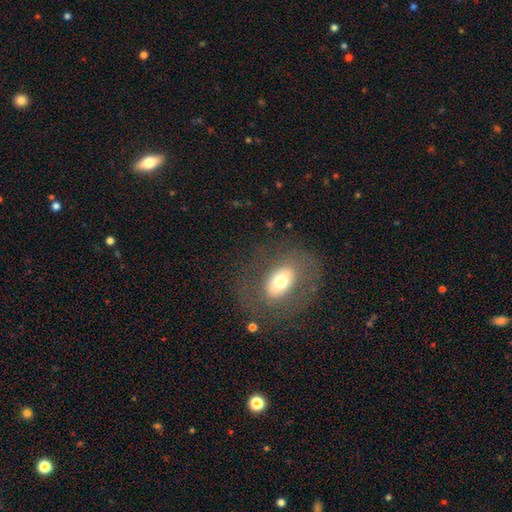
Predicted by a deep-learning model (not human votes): This appears to be a featured or disk galaxy (46%). Merging: none (81%).